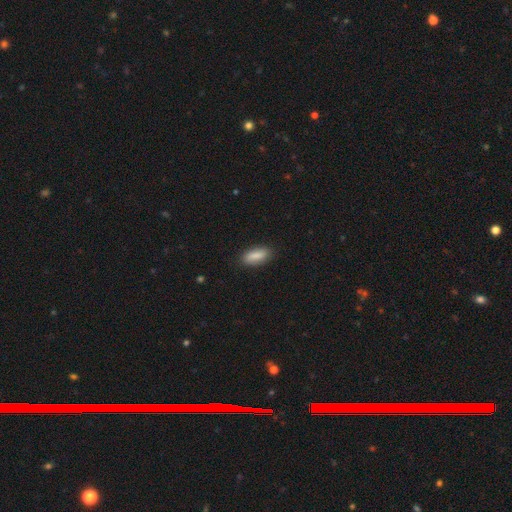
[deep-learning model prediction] This appears to be a smooth galaxy with no disk features (85%) that is in between round and cigar-shaped (77%). Merging: none (85%).